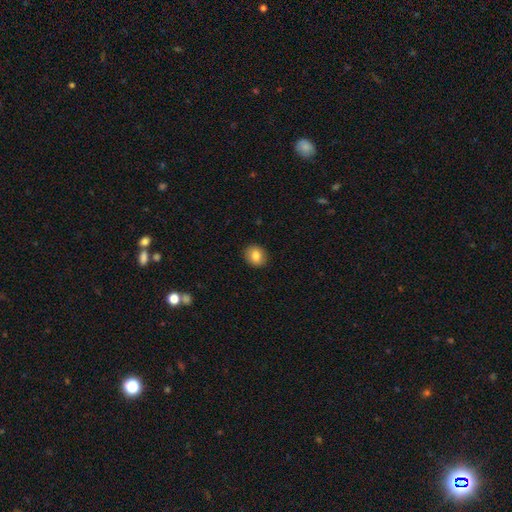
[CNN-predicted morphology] smooth 84%, star or artifact 9%, featured or disk 7%. Down the decision tree: how rounded — round (67%); merging — none (90%).